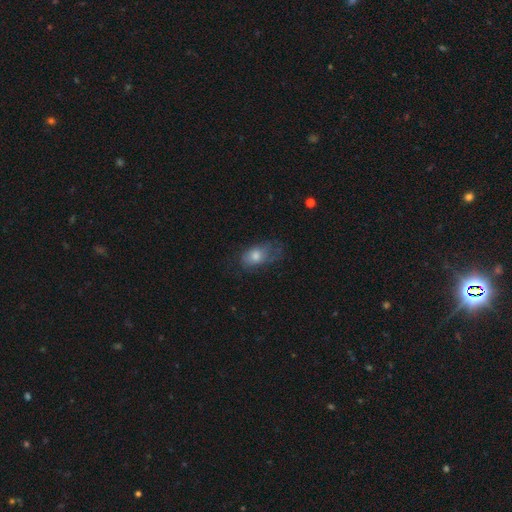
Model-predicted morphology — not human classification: Smooth or featured: smooth — 56% (featured or disk — 32%)
How rounded: in between — 83% (round — 13%)
Merging: none — 47% (minor disturbance — 28%)